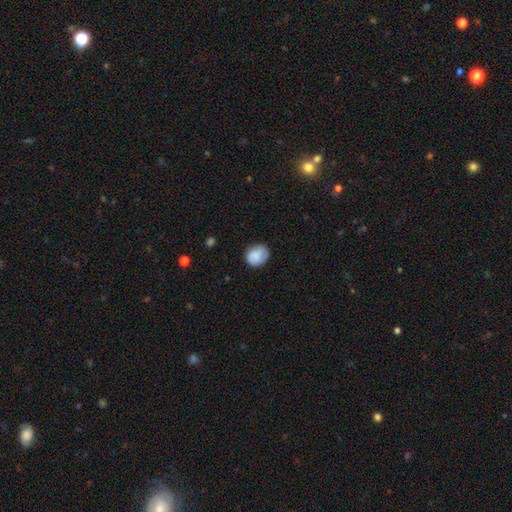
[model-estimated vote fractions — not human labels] smooth_or_featured: smooth (p=0.83) [alt: featured or disk p=0.10]
how_rounded: round (p=0.61) [alt: in between p=0.38]
merging: none (p=0.77) [alt: minor disturbance p=0.18]